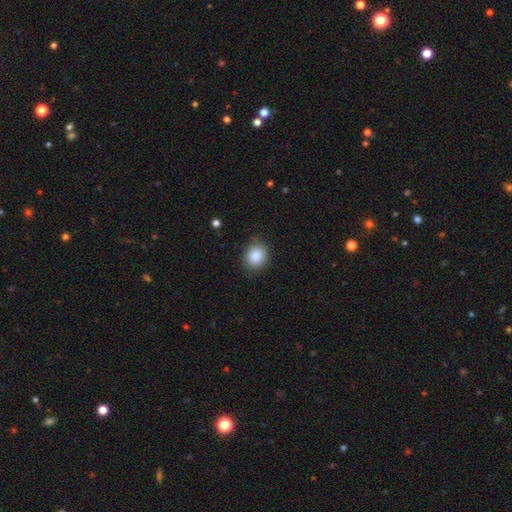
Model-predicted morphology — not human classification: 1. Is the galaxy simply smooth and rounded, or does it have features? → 86% smooth, 9% star or artifact, 6% featured or disk.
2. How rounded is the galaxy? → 74% round, 26% in between, 1% cigar-shaped.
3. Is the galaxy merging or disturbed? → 85% none, 11% minor disturbance, 3% major disturbance, 1% merger.